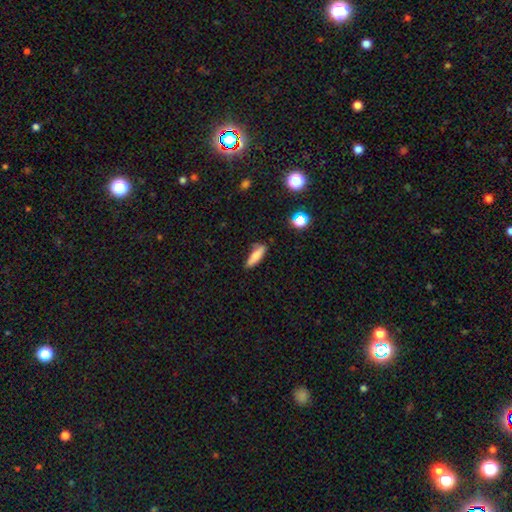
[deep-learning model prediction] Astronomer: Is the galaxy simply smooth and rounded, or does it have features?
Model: smooth — 79%.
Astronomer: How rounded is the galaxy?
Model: cigar-shaped — 58% (runner-up: in between, 40%).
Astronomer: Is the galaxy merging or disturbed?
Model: none — 72%.